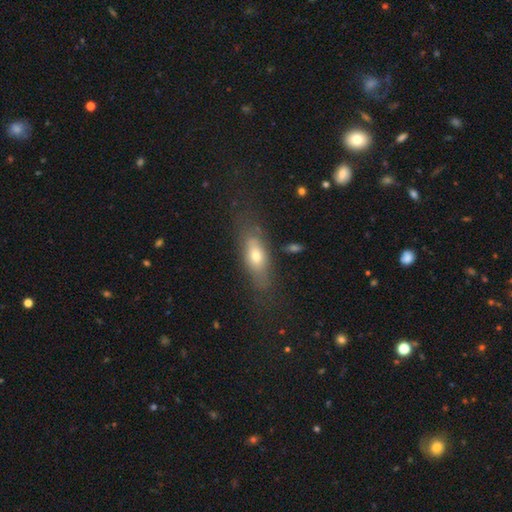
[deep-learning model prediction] Overall: smooth (61%; featured or disk 30%). How rounded: in between (69%). Merging: none (66%).